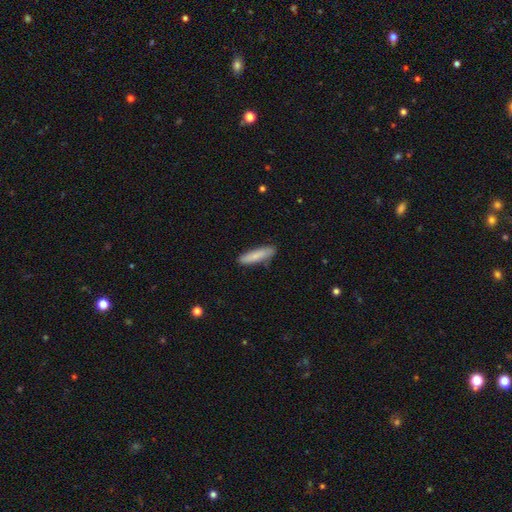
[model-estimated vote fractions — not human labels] A smooth galaxy with no disk features (79%) that is cigar-shaped (75%). Merging: none (81%).